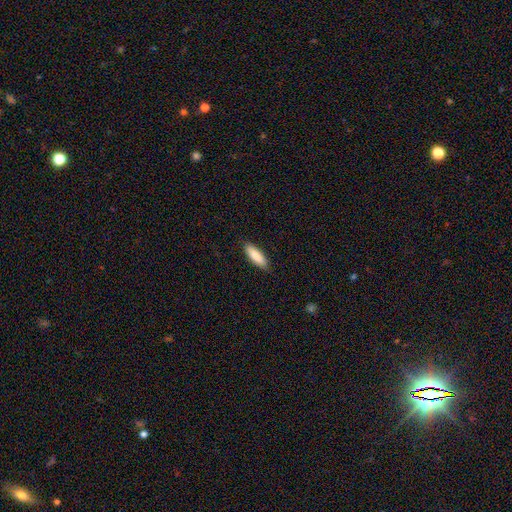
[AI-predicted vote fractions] A smooth galaxy with no disk features (86%) that is in between round and cigar-shaped (51%). Merging: none (87%).